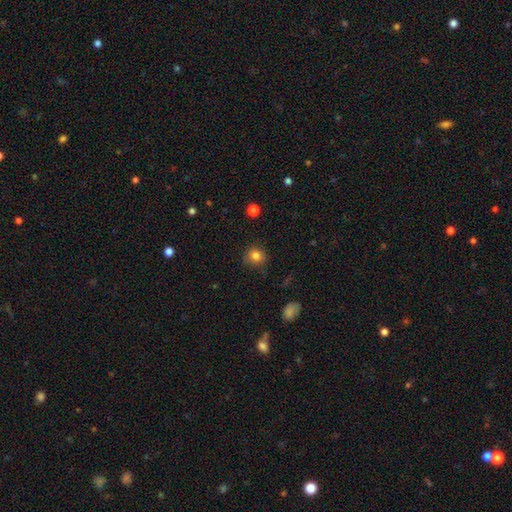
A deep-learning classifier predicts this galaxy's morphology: smooth 82%, star or artifact 12%, featured or disk 6%. Down the decision tree: how rounded — round (89%); merging — none (80%).